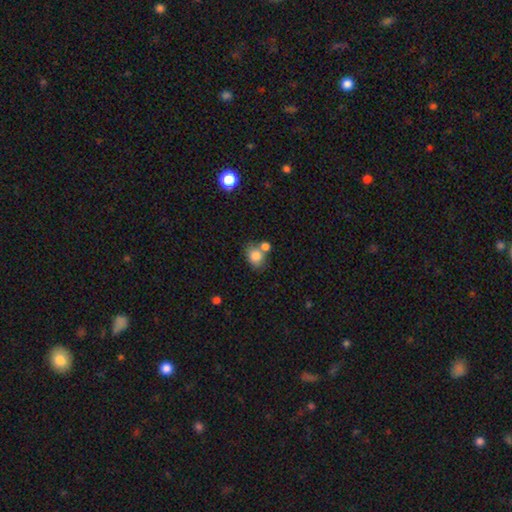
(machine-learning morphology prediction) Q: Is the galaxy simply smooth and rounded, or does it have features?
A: smooth — 82%.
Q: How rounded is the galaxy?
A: in between — 50%.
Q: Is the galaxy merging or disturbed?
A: none — 50%.